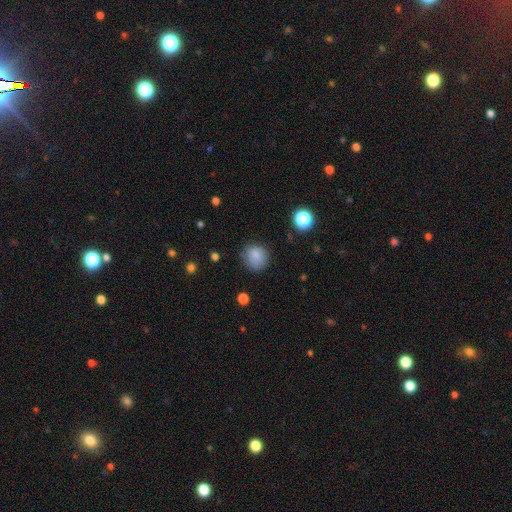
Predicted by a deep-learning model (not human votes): This is clearly a smooth galaxy (82%). How rounded: clearly round (81%). Merging: likely none (73%).